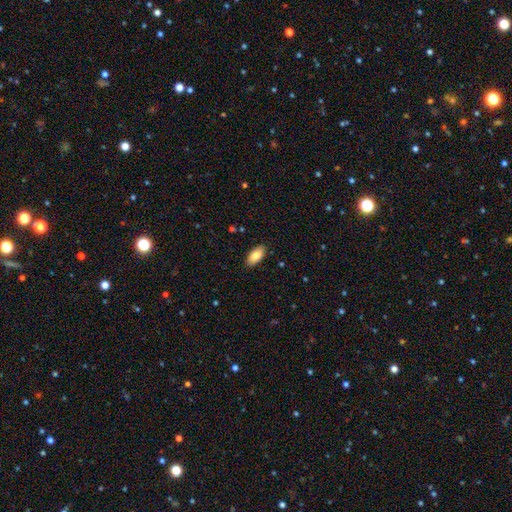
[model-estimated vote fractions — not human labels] Q: Smooth or featured?
A: smooth (86%); runner-up: featured or disk (8%)
Q: How rounded?
A: in between (92%); runner-up: cigar-shaped (6%)
Q: Merging?
A: none (89%); runner-up: minor disturbance (8%)